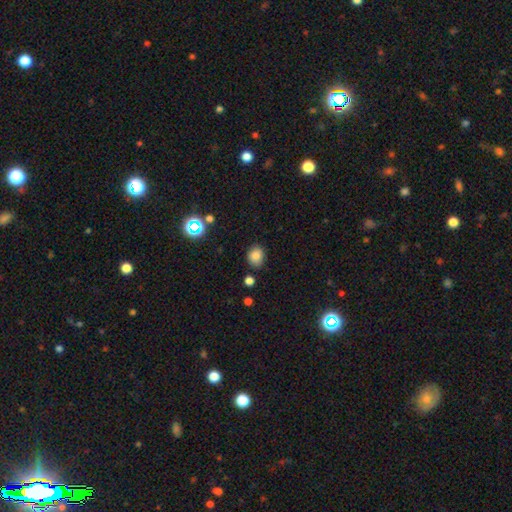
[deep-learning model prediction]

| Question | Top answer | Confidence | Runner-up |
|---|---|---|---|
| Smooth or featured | smooth | 80% | star or artifact (14%) |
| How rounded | round | 63% | in between (36%) |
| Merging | none | 79% | minor disturbance (15%) |